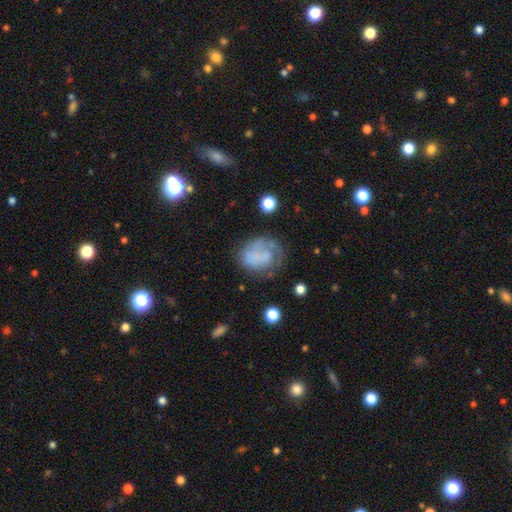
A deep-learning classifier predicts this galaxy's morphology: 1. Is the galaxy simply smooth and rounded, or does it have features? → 47% smooth, 44% featured or disk, 10% star or artifact.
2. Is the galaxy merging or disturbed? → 45% none, 26% major disturbance, 24% minor disturbance, 5% merger.